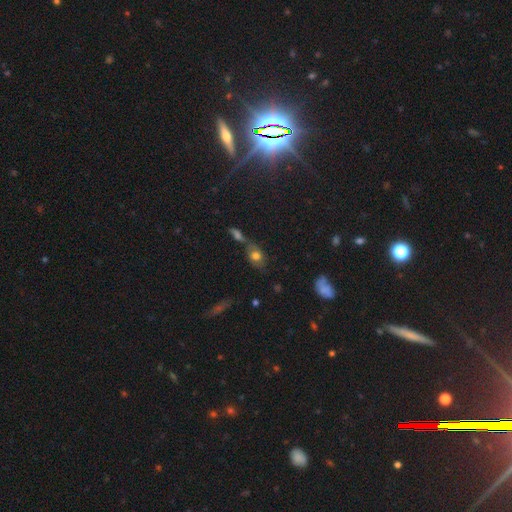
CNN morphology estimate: Smooth or featured: smooth — 70% (featured or disk — 17%)
How rounded: in between — 73% (round — 24%)
Merging: none — 46% (merger — 33%)